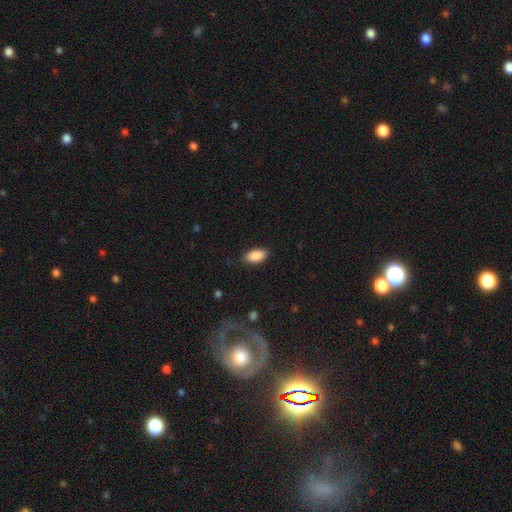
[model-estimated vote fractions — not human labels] smooth_or_featured: smooth (p=0.89) [alt: star or artifact p=0.07]
how_rounded: in between (p=0.93) [alt: round p=0.03]
merging: none (p=0.87) [alt: minor disturbance p=0.10]